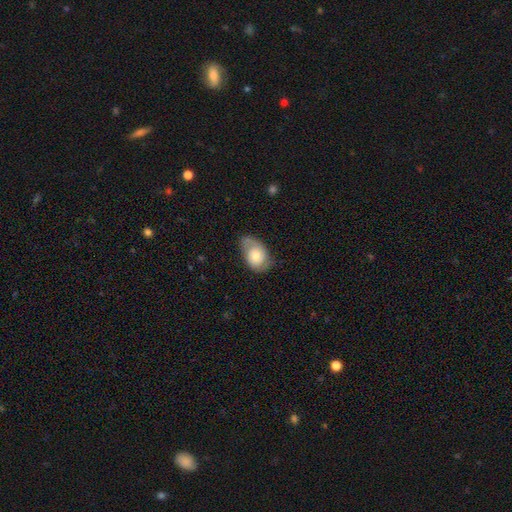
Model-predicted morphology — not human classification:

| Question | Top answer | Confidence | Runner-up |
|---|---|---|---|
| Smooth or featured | smooth | 52% | featured or disk (41%) |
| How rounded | in between | 72% | round (26%) |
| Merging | none | 48% | minor disturbance (33%) |